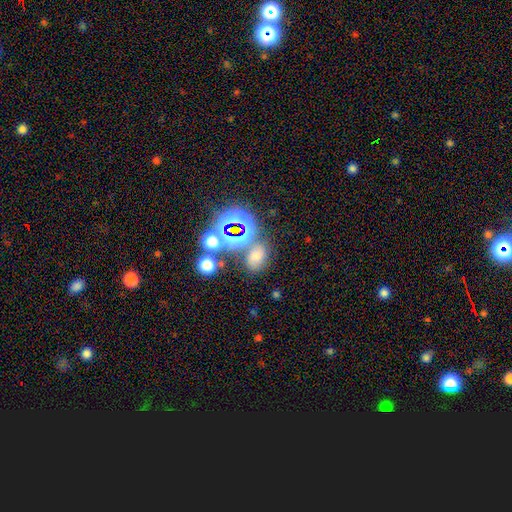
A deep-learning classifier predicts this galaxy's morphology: Smooth or featured? Predicted: smooth (p=0.54). How rounded? Predicted: in between (p=0.66). Merging? Predicted: none (p=0.66).